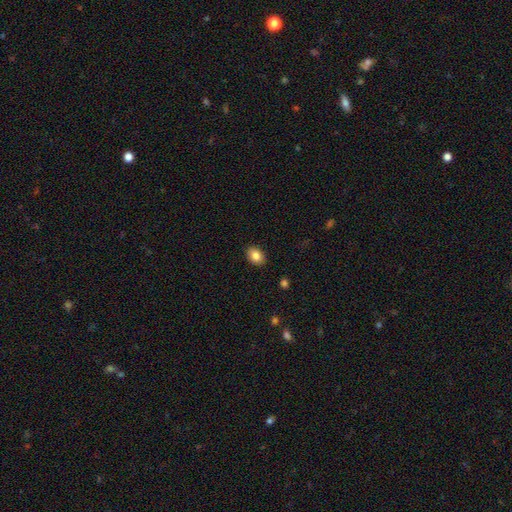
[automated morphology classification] This appears to be a smooth galaxy with no disk features (84%) that is in between round and cigar-shaped (75%). Merging: none (89%).